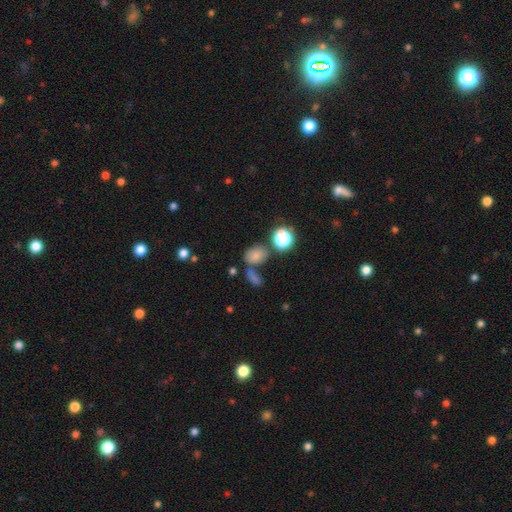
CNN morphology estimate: Smooth or featured? smooth (74%)
How rounded? in between (70%)
Merging? none (56%)